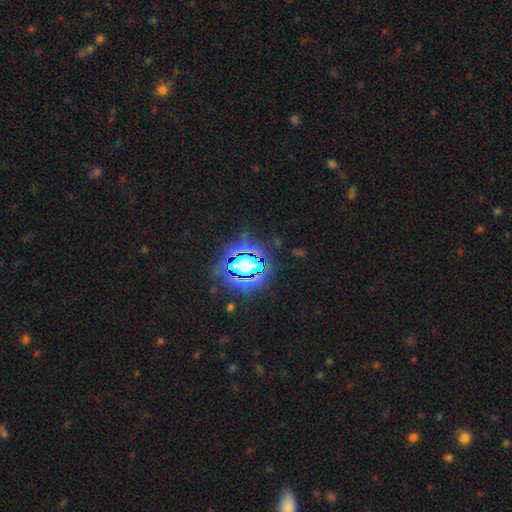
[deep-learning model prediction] Smooth or featured: star or artifact — 81% (smooth — 12%)